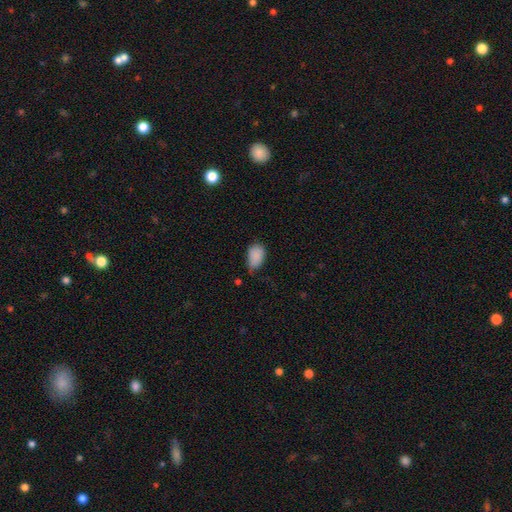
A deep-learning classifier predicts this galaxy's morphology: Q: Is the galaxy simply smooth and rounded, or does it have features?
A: smooth — 87%.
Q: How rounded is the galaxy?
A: in between — 85%.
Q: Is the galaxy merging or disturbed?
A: none — 45%.